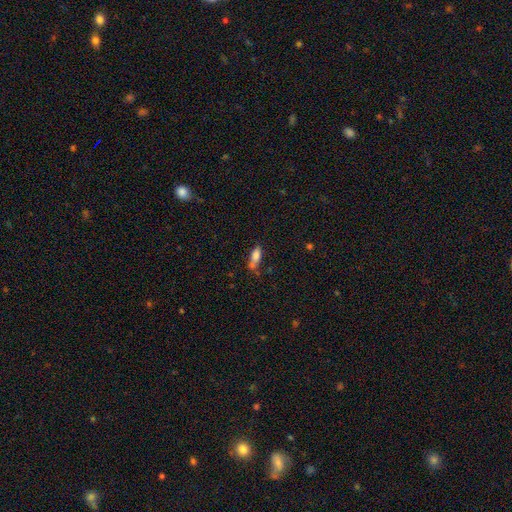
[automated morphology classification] Overall: smooth (77%). How rounded: in between (64%; cigar-shaped 33%). Merging: none (49%; minor disturbance 29%).